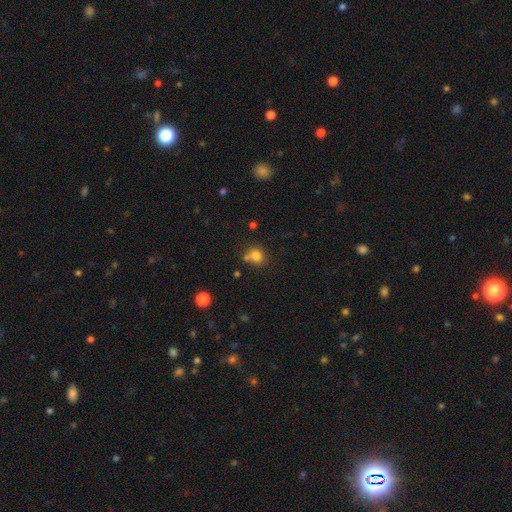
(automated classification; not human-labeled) smooth 78%, star or artifact 13%, featured or disk 9%. Down the decision tree: how rounded — round (66%); merging — none (53%).